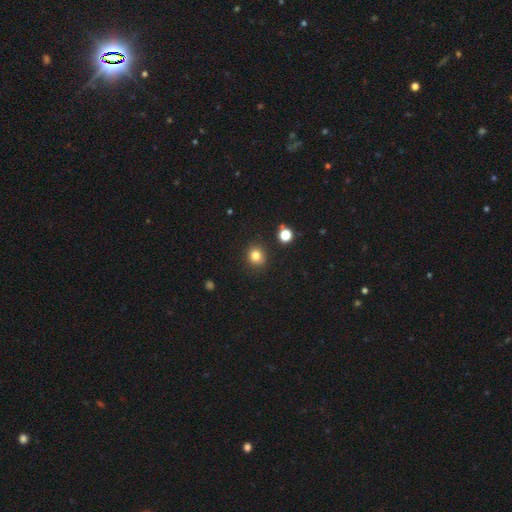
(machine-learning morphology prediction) smooth 81%, star or artifact 13%, featured or disk 6%. Down the decision tree: how rounded — round (83%); merging — none (88%).